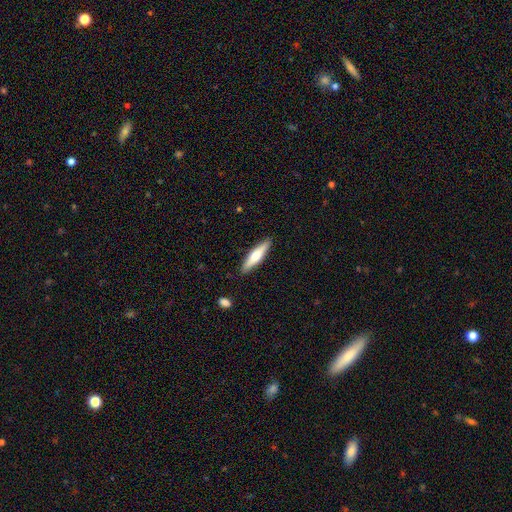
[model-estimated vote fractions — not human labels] A smooth galaxy with no disk features (55%) that is cigar-shaped (76%).

Vote fractions:
- Smooth or featured? smooth: 55% / featured or disk: 39% / star or artifact: 5%
- How rounded? cigar-shaped: 76% / in between: 23% / round: 1%
- Merging? none: 89% / minor disturbance: 8% / major disturbance: 2% / merger: 1%